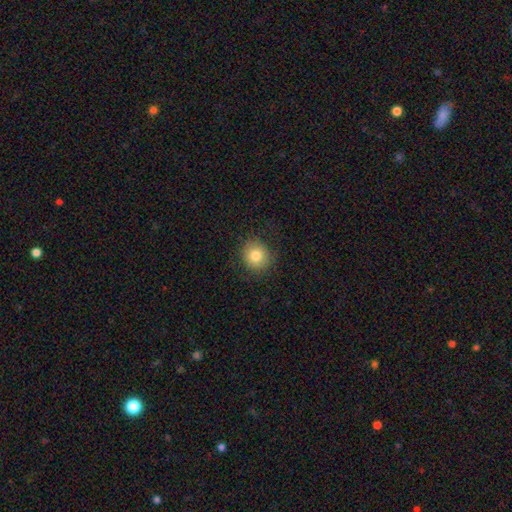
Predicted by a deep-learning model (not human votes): A smooth galaxy with no disk features (80%) that is round (85%).

Vote fractions:
- Smooth or featured? smooth: 80% / star or artifact: 10% / featured or disk: 10%
- How rounded? round: 85% / in between: 14% / cigar-shaped: 1%
- Merging? none: 84% / minor disturbance: 11% / major disturbance: 4% / merger: 1%